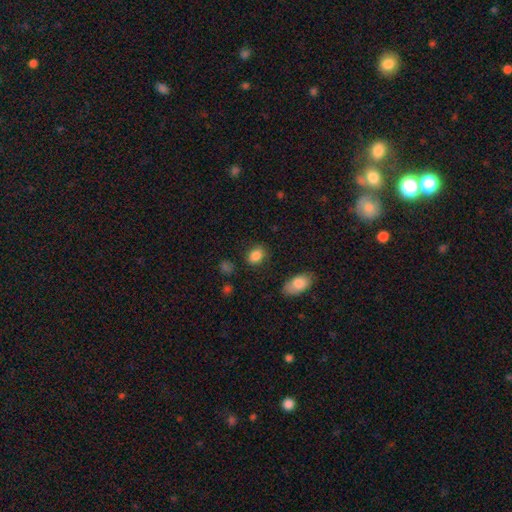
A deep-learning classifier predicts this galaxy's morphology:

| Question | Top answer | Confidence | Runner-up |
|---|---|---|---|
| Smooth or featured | smooth | 86% | star or artifact (9%) |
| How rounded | in between | 72% | round (26%) |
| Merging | none | 79% | minor disturbance (14%) |